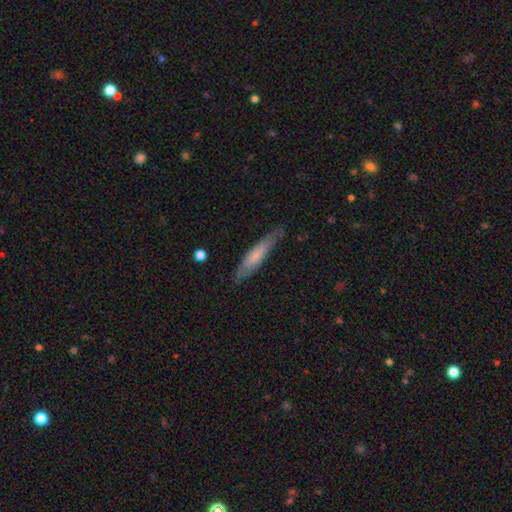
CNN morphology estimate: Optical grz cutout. It shows a smooth galaxy with no disk features (61%) that is cigar-shaped (82%). Merging: none (77%).